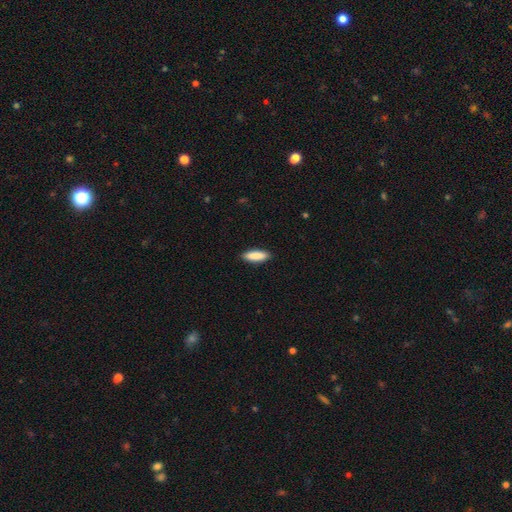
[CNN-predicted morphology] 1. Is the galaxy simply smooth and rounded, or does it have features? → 89% smooth, 6% featured or disk, 5% star or artifact.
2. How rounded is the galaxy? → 50% in between, 49% cigar-shaped, 2% round.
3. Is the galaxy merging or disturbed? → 90% none, 7% minor disturbance, 2% major disturbance, 1% merger.